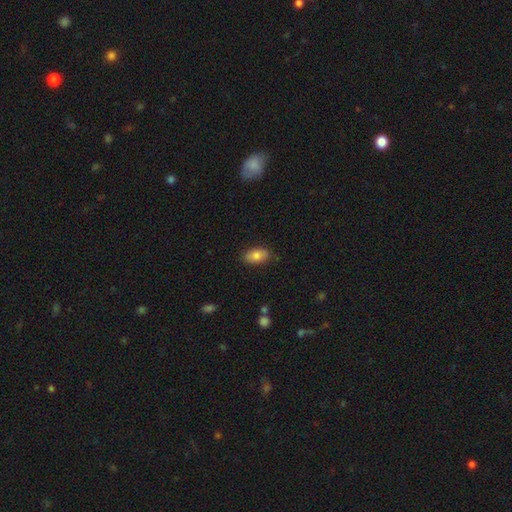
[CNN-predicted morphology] A smooth galaxy with no disk features (80%) that is in between round and cigar-shaped (92%). Merging: none (83%).